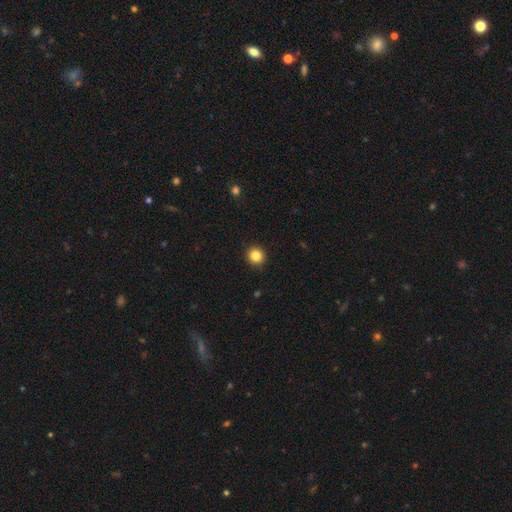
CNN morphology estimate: A smooth galaxy with no disk features (85%) that is round (93%).

Vote fractions:
- Smooth or featured? smooth: 85% / star or artifact: 10% / featured or disk: 5%
- How rounded? round: 93% / in between: 6% / cigar-shaped: 1%
- Merging? none: 93% / minor disturbance: 5% / major disturbance: 1% / merger: 1%